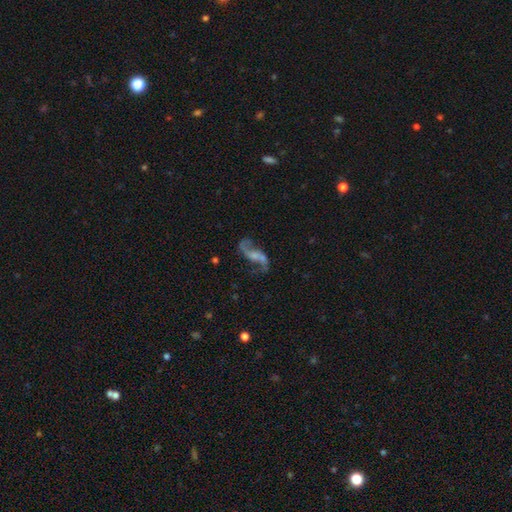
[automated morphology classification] smooth_or_featured: featured or disk (p=0.83) [alt: smooth p=0.10]
disk_edge_on: no (p=0.95) [alt: yes p=0.05]
bar: no (p=0.44) [alt: weak p=0.39]
has_spiral_arms: yes (p=0.92) [alt: no p=0.08]
spiral_winding: loose (p=0.84) [alt: medium p=0.13]
spiral_arm_count: 2 (p=0.91) [alt: 1 p=0.03]
bulge_size: small (p=0.37) [alt: none p=0.35]
merging: none (p=0.63) [alt: minor disturbance p=0.17]